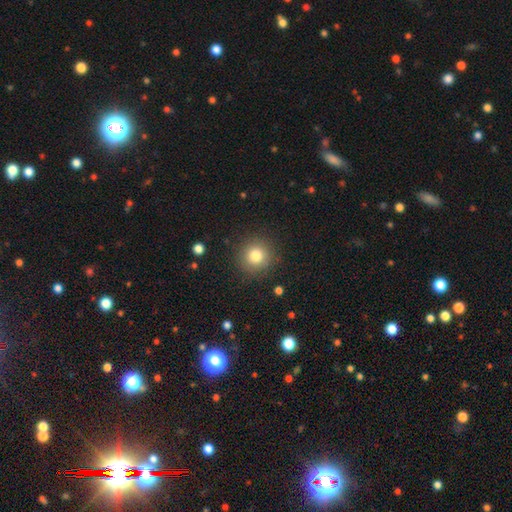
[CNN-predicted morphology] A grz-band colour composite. It shows a smooth galaxy with no disk features (80%) that is round (93%). Merging: none (88%).